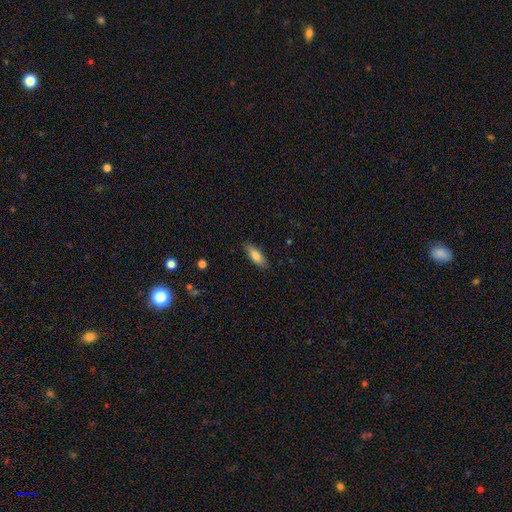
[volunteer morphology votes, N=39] Smooth or featured: smooth — 74% (featured or disk — 23%)
How rounded: in between — 66% (cigar-shaped — 34%)
Merging: none — 87% (merger — 8%)